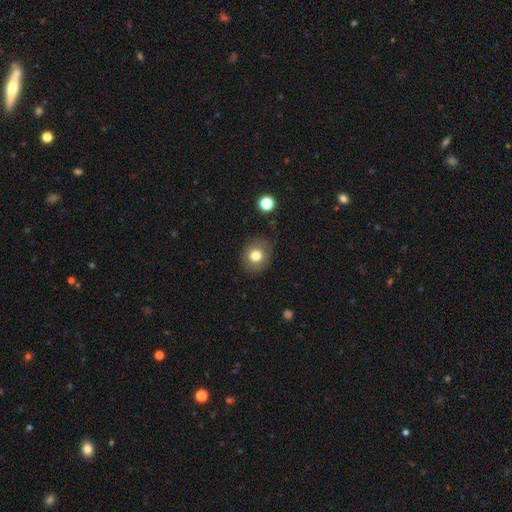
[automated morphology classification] Q: Smooth or featured?
A: smooth (79%); runner-up: featured or disk (11%)
Q: How rounded?
A: round (76%); runner-up: in between (23%)
Q: Merging?
A: none (85%); runner-up: minor disturbance (10%)